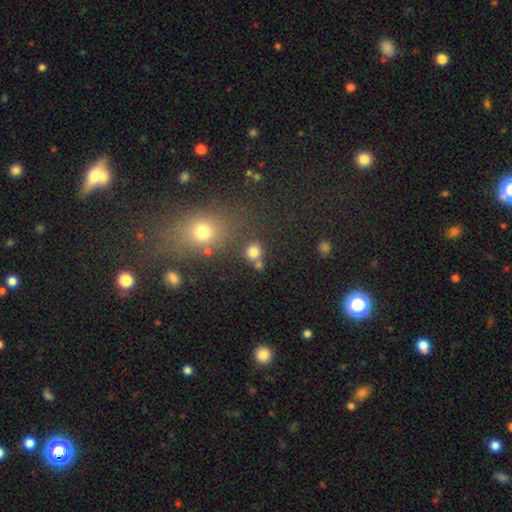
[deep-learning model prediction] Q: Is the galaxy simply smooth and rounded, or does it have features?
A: smooth — 78%.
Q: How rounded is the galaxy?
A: round — 83%.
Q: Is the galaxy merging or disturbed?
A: none — 68%.